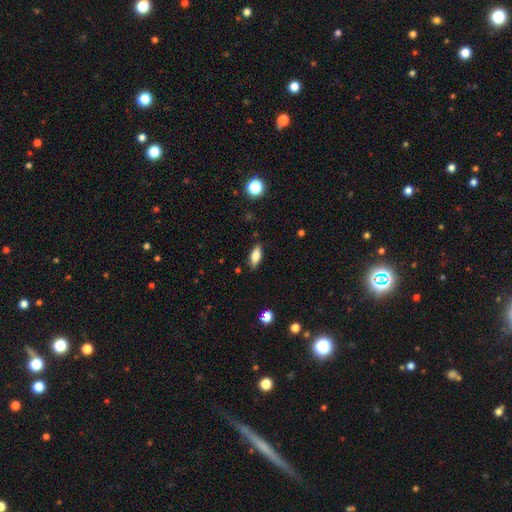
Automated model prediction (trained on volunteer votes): This is likely a smooth galaxy (72%). How rounded: likely in between (75%). Merging: clearly none (86%).